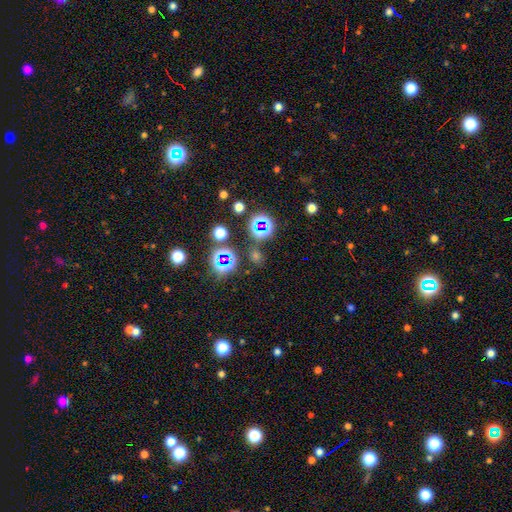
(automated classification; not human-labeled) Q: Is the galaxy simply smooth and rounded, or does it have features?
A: star or artifact — 62%.